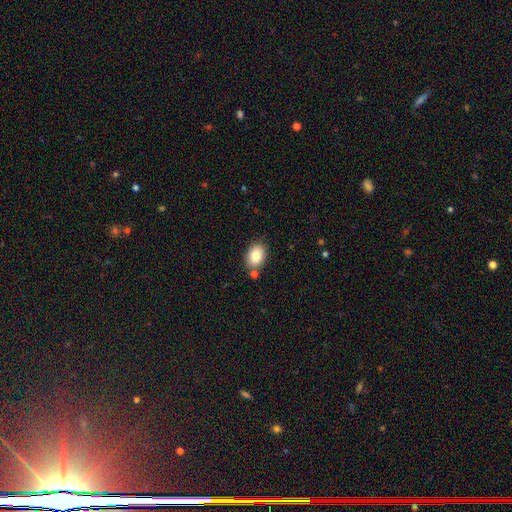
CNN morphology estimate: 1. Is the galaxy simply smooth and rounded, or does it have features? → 82% smooth, 10% featured or disk, 9% star or artifact.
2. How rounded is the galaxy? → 75% in between, 24% round, 1% cigar-shaped.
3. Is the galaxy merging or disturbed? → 78% none, 12% minor disturbance, 7% merger, 3% major disturbance.